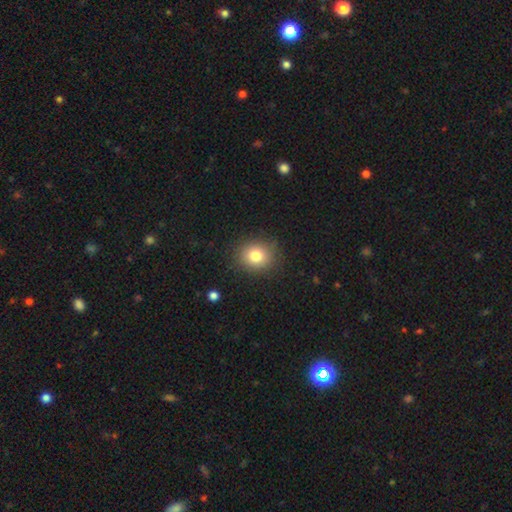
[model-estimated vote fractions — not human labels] smooth 80%, star or artifact 11%, featured or disk 9%. Down the decision tree: how rounded — round (73%); merging — none (86%).